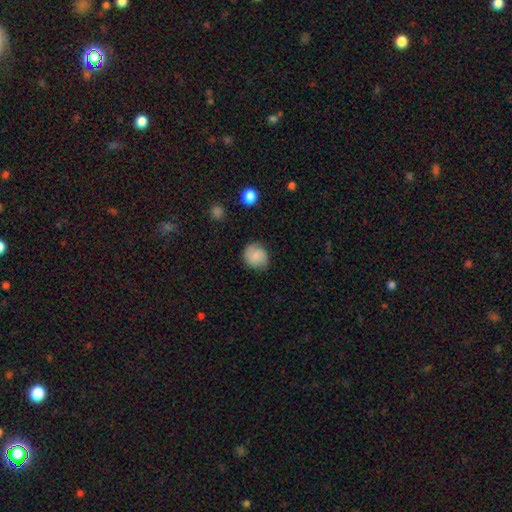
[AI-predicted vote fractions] Smooth or featured? Predicted: smooth (p=0.80). How rounded? Predicted: round (p=0.82). Merging? Predicted: none (p=0.79).